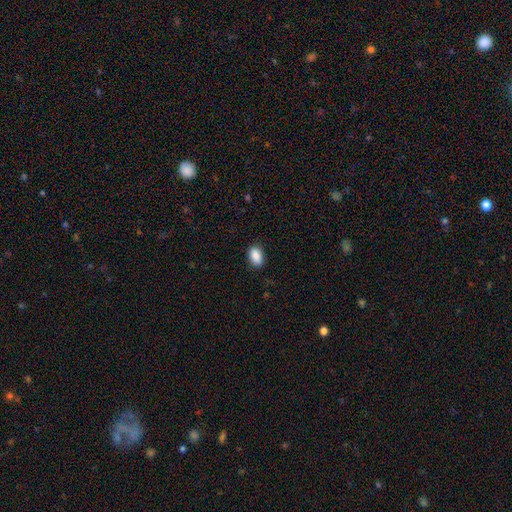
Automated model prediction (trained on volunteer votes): Smooth or featured? smooth (89%)
How rounded? in between (89%)
Merging? none (86%)